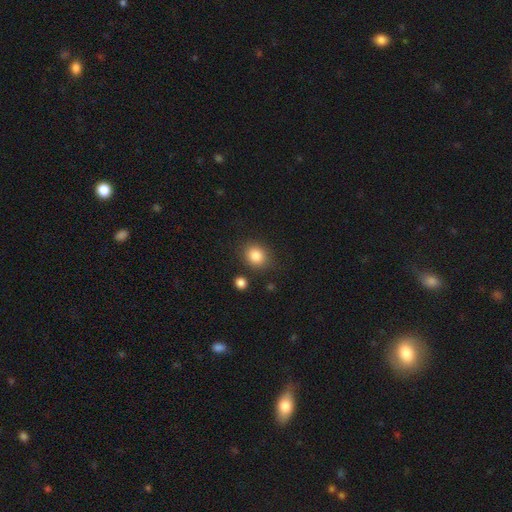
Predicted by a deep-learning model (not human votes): A smooth galaxy with no disk features (85%) that is round (62%). Merging: none (81%).